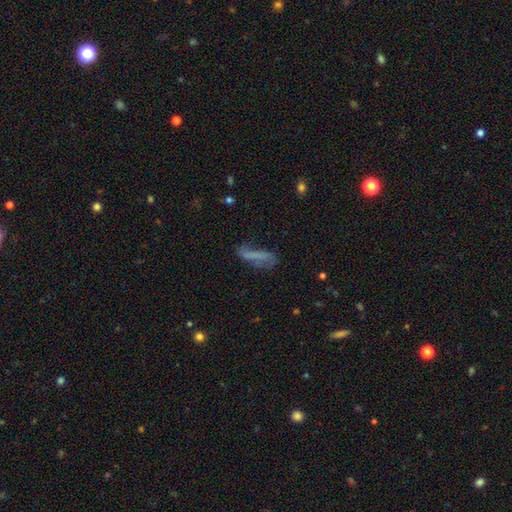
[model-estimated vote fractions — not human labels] This is possibly a smooth galaxy (55%). How rounded: likely cigar-shaped (72%). Merging: possibly none (51%).